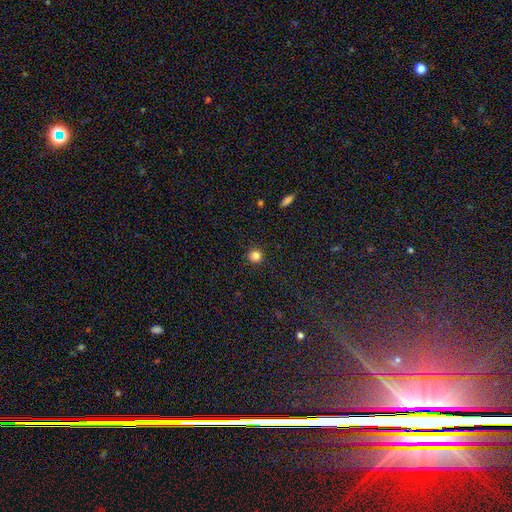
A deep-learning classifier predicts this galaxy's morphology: Q: Smooth or featured?
A: smooth (84%); runner-up: star or artifact (12%)
Q: How rounded?
A: round (94%); runner-up: in between (5%)
Q: Merging?
A: none (92%); runner-up: minor disturbance (5%)